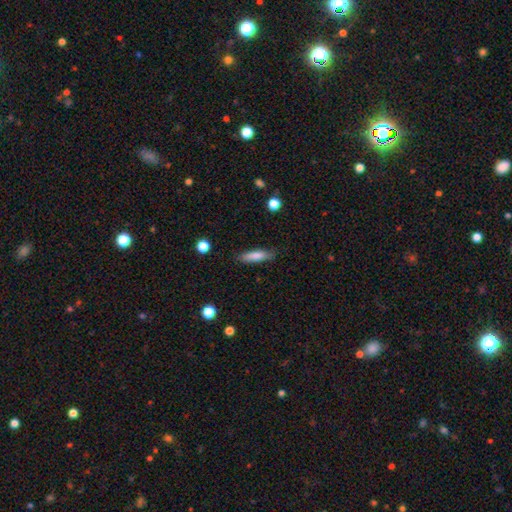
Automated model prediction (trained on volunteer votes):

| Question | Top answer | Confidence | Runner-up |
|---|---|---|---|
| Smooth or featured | smooth | 79% | featured or disk (14%) |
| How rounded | cigar-shaped | 72% | in between (26%) |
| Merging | none | 84% | minor disturbance (12%) |